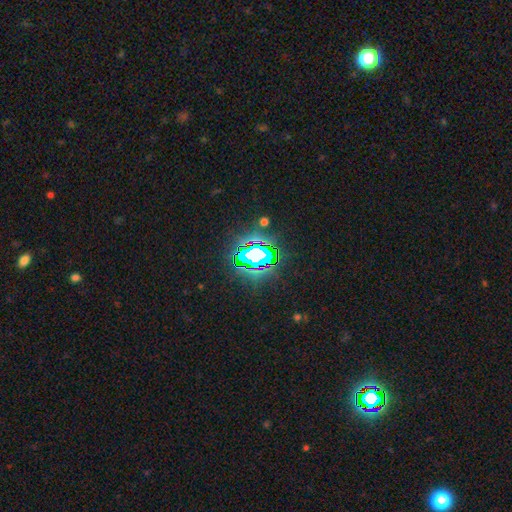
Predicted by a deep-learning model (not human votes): star or artifact 73%, smooth 15%, featured or disk 12%.